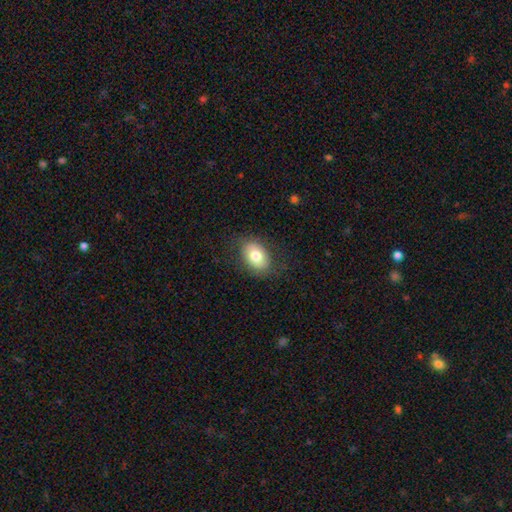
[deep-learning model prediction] Smooth or featured? smooth (76%)
How rounded? in between (82%)
Merging? none (81%)